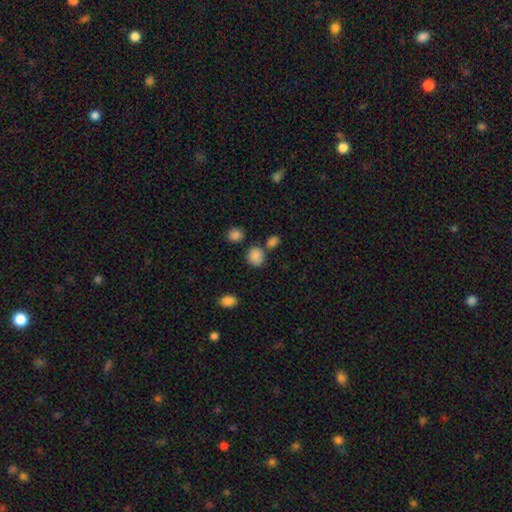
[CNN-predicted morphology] Smooth or featured: smooth — 85% (star or artifact — 11%)
How rounded: round — 72% (in between — 27%)
Merging: none — 69% (merger — 14%)